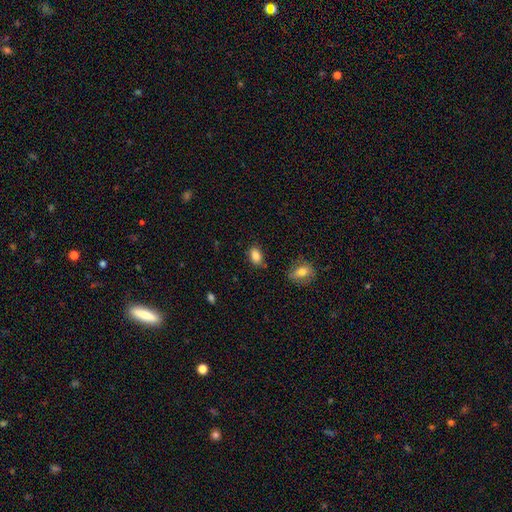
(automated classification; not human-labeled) A smooth galaxy with no disk features (86%) that is in between round and cigar-shaped (87%).

Vote fractions:
- Smooth or featured? smooth: 86% / star or artifact: 9% / featured or disk: 6%
- How rounded? in between: 87% / round: 10% / cigar-shaped: 2%
- Merging? none: 78% / minor disturbance: 16% / merger: 3% / major disturbance: 3%